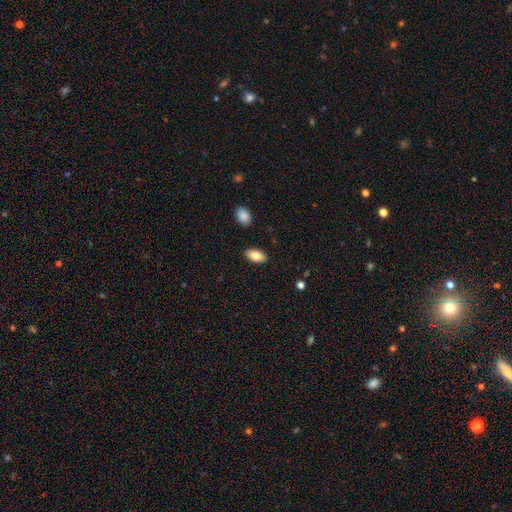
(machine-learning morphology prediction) Smooth or featured: smooth — 83% (featured or disk — 10%)
How rounded: in between — 93% (cigar-shaped — 4%)
Merging: none — 88% (minor disturbance — 8%)